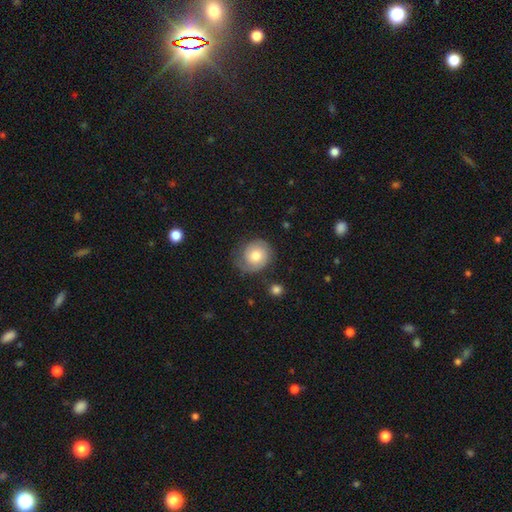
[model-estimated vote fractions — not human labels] A featured or disk galaxy (49%). Merging: none (68%).